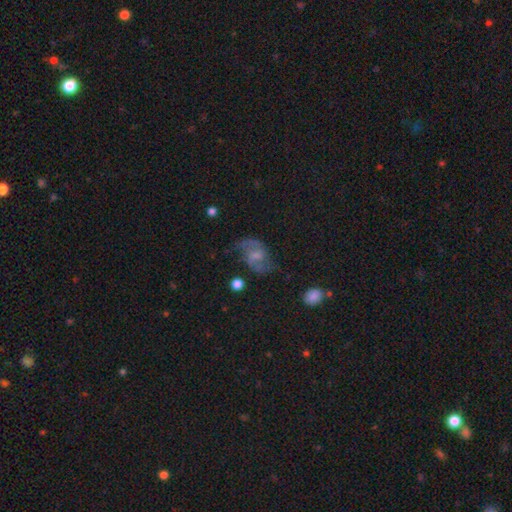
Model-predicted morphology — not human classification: This is likely a featured or disk galaxy (75%). It is clearly not viewed edge-on (97%). Bar: possibly weak (52%). Spiral arm pattern: clearly yes (91%). Spiral arm count: clearly 2 (91%). Spiral winding: possibly loose (47%). Central bulge: marginally small (36%). Merging: likely none (62%).